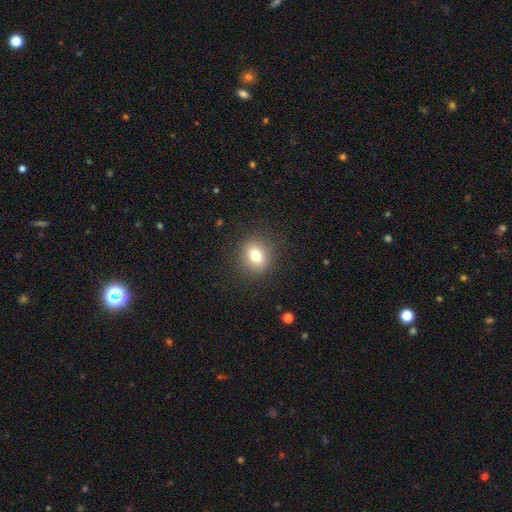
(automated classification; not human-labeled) The model was most divided on "how rounded": round: 73%, in between: 26%, cigar-shaped: 1%. More confident: merging — none (88%); smooth or featured — smooth (76%).